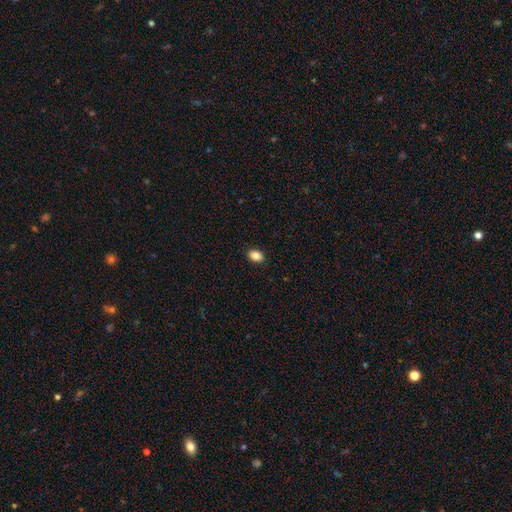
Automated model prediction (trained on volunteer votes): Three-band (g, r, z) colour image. It shows a smooth galaxy with no disk features (87%) that is in between round and cigar-shaped (80%). Merging: none (90%).